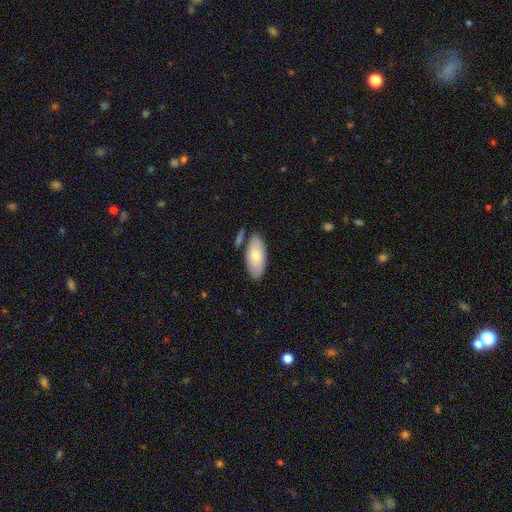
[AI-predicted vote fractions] Smooth or featured? Predicted: smooth (p=0.75). How rounded? Predicted: in between (p=0.92). Merging? Predicted: none (p=0.74).